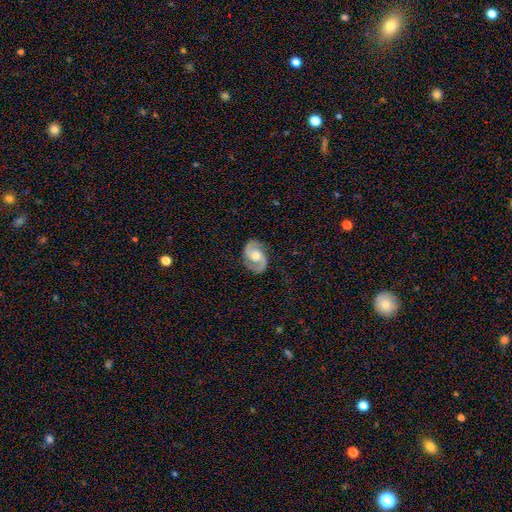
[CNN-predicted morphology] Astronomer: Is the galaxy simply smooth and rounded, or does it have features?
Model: featured or disk — 84%.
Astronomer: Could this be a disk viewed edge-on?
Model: no — 98%.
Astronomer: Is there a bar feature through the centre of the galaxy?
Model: no — 57% (runner-up: weak, 34%).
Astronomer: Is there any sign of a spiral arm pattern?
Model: yes — 95%.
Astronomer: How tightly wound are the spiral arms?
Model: medium — 55%.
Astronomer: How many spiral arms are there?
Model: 2 — 93%.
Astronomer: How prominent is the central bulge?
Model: moderate — 73%.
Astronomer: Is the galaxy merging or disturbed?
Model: none — 83%.